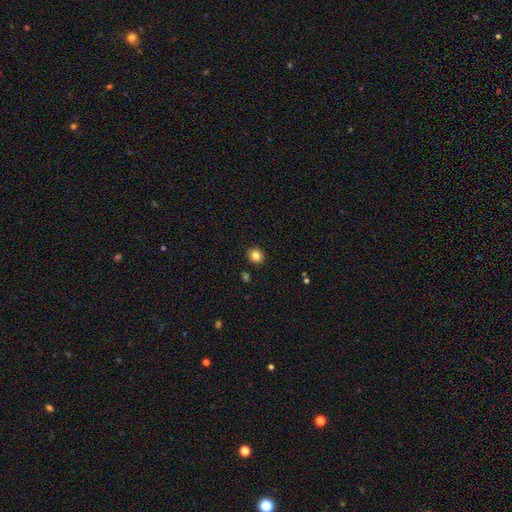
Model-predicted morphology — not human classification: type=smooth (82%); roundness=round (87%); merging=none (91%).